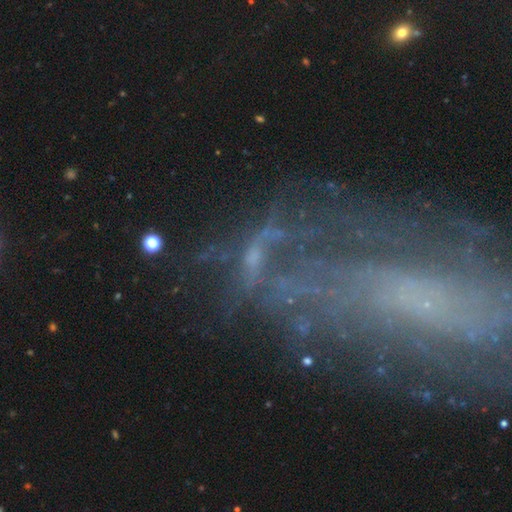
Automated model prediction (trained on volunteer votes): Overall: featured or disk (54%; star or artifact 32%). Edge-on disk: no (86%). Merging: none (38%; major disturbance 34%).